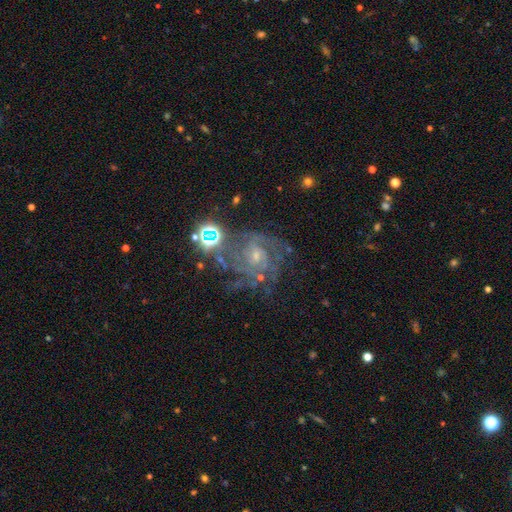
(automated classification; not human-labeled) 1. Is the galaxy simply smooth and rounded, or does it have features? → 79% featured or disk, 14% star or artifact, 7% smooth.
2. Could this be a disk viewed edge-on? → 98% no, 2% yes.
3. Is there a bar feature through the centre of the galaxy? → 53% no, 38% weak, 9% strong.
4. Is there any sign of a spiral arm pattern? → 96% yes, 4% no.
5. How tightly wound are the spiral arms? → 56% tight, 37% medium, 8% loose.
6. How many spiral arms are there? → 29% can't tell, 23% 3, 17% 2, 16% 4, 8% more than 4, 7% 1.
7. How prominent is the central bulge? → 67% small, 26% moderate, 4% none, 2% large, 1% dominant.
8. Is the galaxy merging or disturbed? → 65% none, 17% minor disturbance, 12% major disturbance, 6% merger.